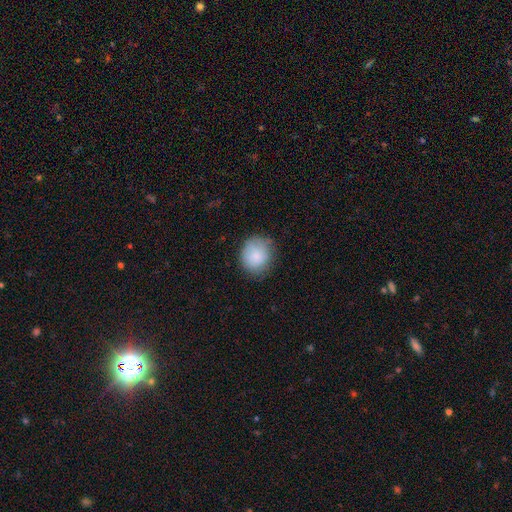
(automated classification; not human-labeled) Smooth or featured: smooth — 82% (featured or disk — 11%)
How rounded: round — 76% (in between — 23%)
Merging: none — 71% (minor disturbance — 21%)